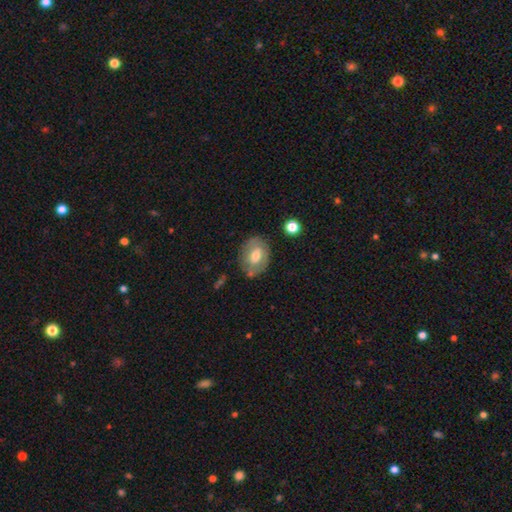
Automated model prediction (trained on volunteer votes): A smooth galaxy with no disk features (59%) that is in between round and cigar-shaped (69%). Merging: none (74%).